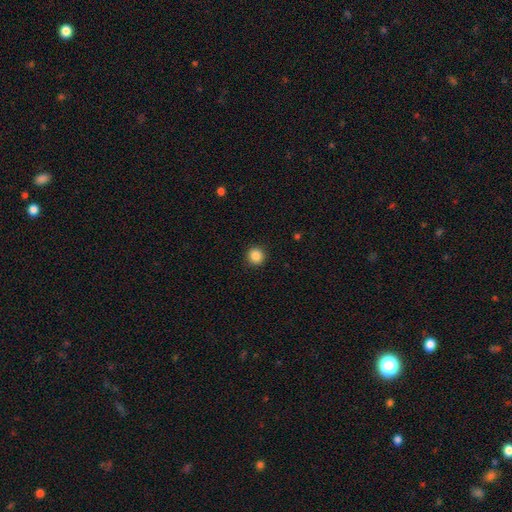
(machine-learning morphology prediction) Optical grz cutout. It shows a smooth galaxy with no disk features (87%) that is round (94%). Merging: none (92%).